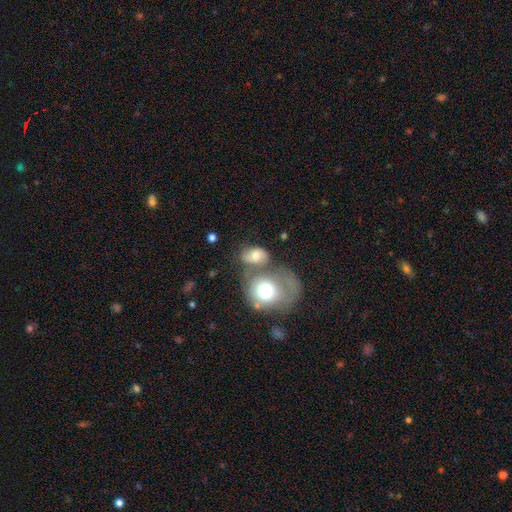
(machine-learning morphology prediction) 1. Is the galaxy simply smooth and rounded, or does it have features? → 59% smooth, 32% featured or disk, 9% star or artifact.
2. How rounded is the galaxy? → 62% in between, 36% round, 1% cigar-shaped.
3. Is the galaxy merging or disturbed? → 45% merger, 27% none, 14% minor disturbance, 14% major disturbance.